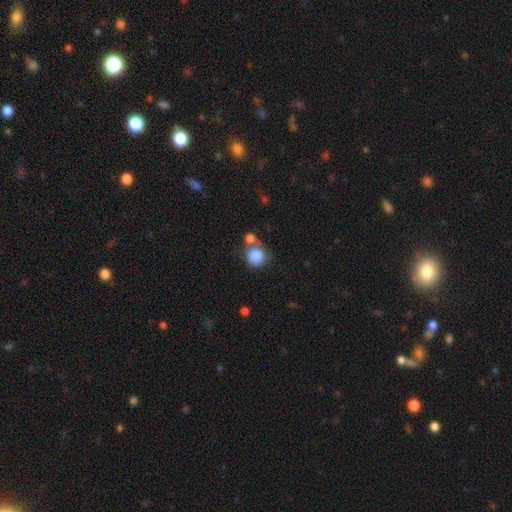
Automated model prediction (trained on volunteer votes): This is clearly a smooth galaxy (86%). How rounded: clearly round (90%). Merging: possibly none (57%).